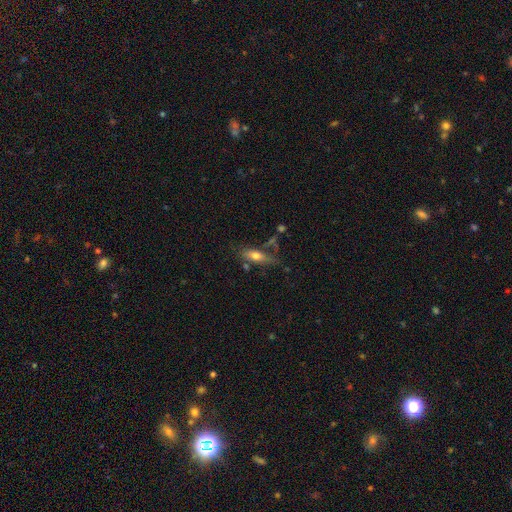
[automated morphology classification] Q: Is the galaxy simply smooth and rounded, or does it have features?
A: smooth — 58%.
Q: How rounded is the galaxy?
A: in between — 54%.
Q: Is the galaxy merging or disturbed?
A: none — 55%.